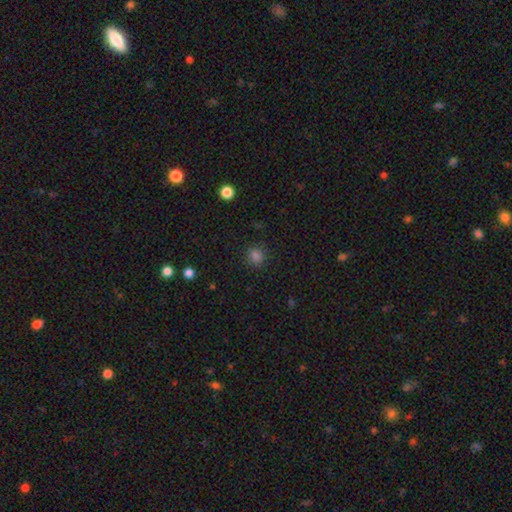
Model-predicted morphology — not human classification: A smooth galaxy with no disk features (81%) that is round (84%).

Vote fractions:
- Smooth or featured? smooth: 81% / star or artifact: 16% / featured or disk: 4%
- How rounded? round: 84% / in between: 16% / cigar-shaped: 1%
- Merging? none: 88% / minor disturbance: 8% / major disturbance: 3% / merger: 1%